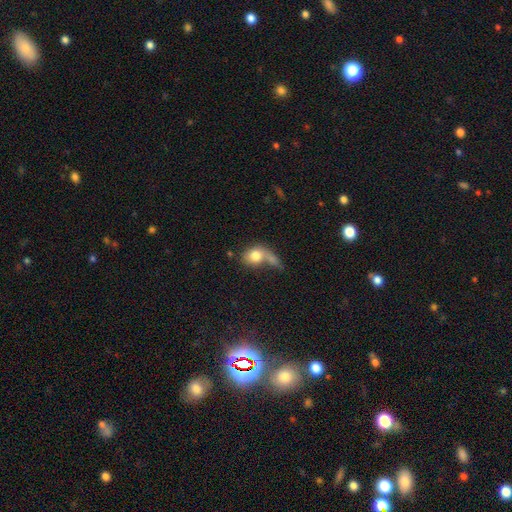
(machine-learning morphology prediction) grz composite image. It shows a smooth galaxy with no disk features (74%) that is in between round and cigar-shaped (50%). Merging: merger (36%).